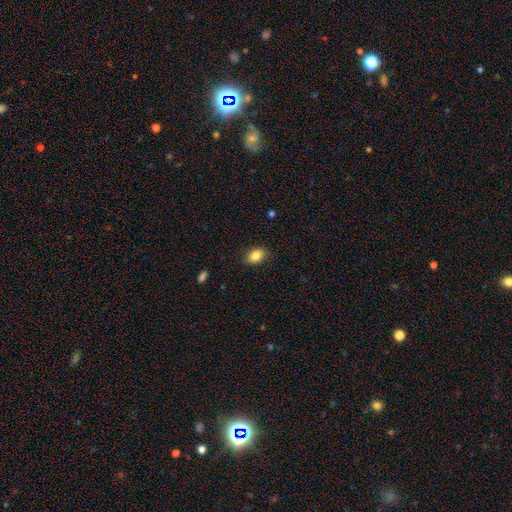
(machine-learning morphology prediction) Smooth or featured: smooth — 85% (star or artifact — 8%)
How rounded: in between — 82% (round — 16%)
Merging: none — 87% (minor disturbance — 10%)